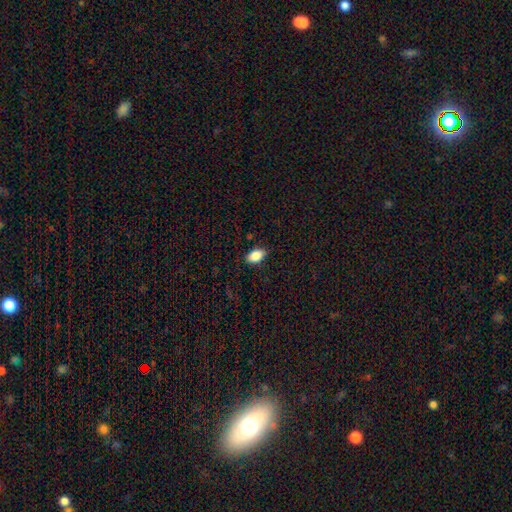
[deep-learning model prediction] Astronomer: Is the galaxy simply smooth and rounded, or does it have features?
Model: smooth — 86%.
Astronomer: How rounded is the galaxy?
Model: in between — 90%.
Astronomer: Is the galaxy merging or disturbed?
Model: none — 85%.